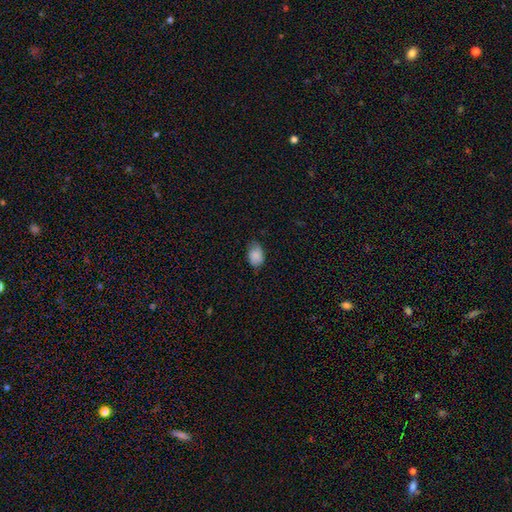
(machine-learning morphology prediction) A smooth galaxy with no disk features (87%) that is in between round and cigar-shaped (84%).

Vote fractions:
- Smooth or featured? smooth: 87% / star or artifact: 7% / featured or disk: 6%
- How rounded? in between: 84% / round: 15% / cigar-shaped: 1%
- Merging? none: 72% / minor disturbance: 24% / major disturbance: 4% / merger: 1%